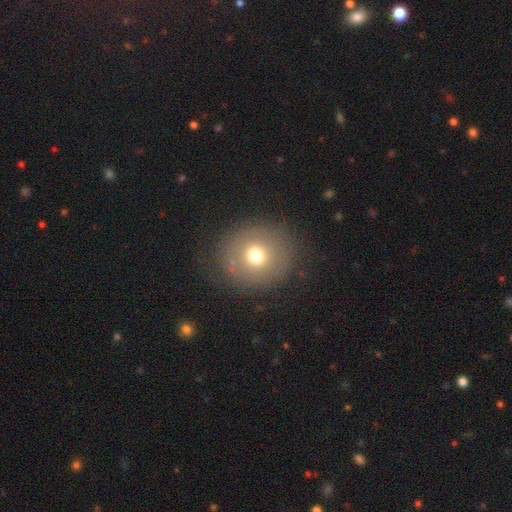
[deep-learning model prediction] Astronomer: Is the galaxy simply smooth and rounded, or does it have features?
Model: smooth — 69%.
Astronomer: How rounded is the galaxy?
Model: round — 91%.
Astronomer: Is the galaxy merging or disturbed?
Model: none — 83%.